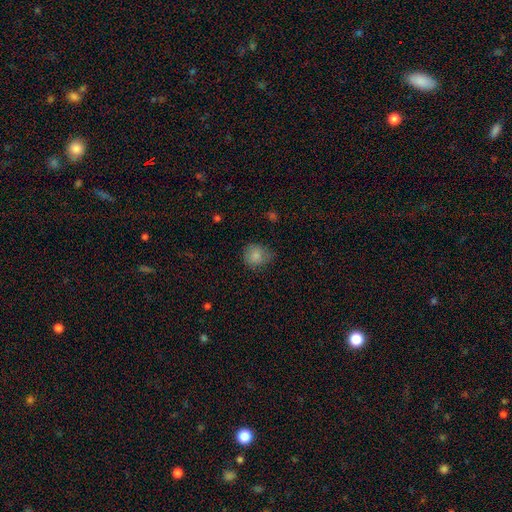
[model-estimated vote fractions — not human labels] A smooth galaxy with no disk features (83%) that is round (76%).

Vote fractions:
- Smooth or featured? smooth: 83% / star or artifact: 9% / featured or disk: 8%
- How rounded? round: 76% / in between: 24% / cigar-shaped: 1%
- Merging? none: 61% / minor disturbance: 29% / major disturbance: 8% / merger: 1%